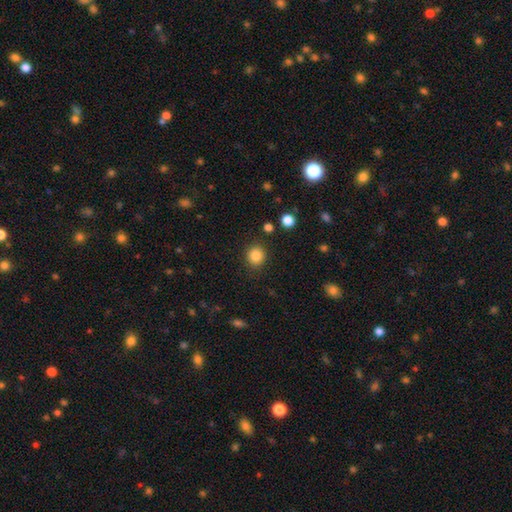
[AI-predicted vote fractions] Smooth or featured? smooth (85%)
How rounded? round (86%)
Merging? none (88%)